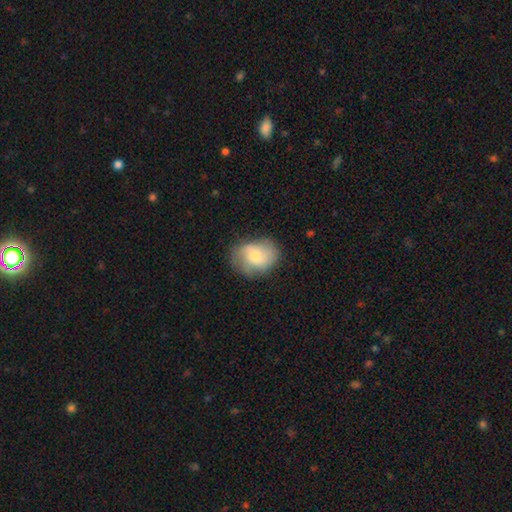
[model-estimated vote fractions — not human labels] Q: Smooth or featured?
A: smooth (62%); runner-up: featured or disk (31%)
Q: How rounded?
A: in between (56%); runner-up: round (43%)
Q: Merging?
A: none (66%); runner-up: minor disturbance (24%)